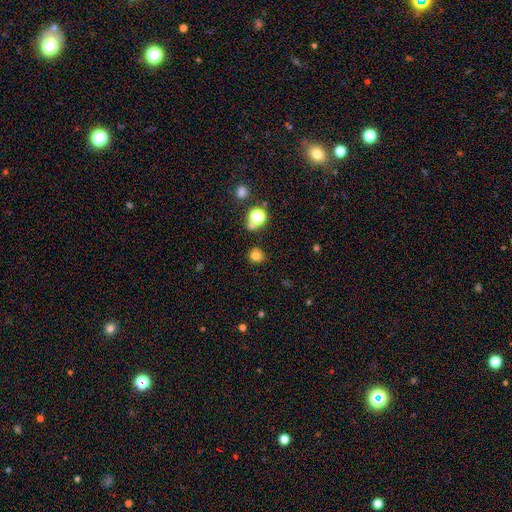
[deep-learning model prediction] Morphology: type=smooth (78%); roundness=round (90%); merging=none (85%).